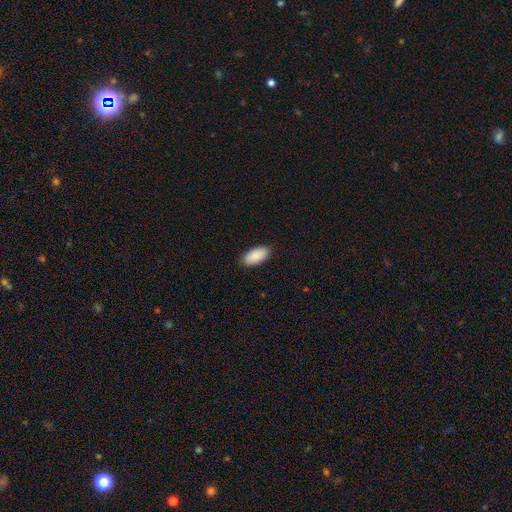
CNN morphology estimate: Smooth or featured? Predicted: smooth (p=0.90). How rounded? Predicted: in between (p=0.94). Merging? Predicted: none (p=0.89).